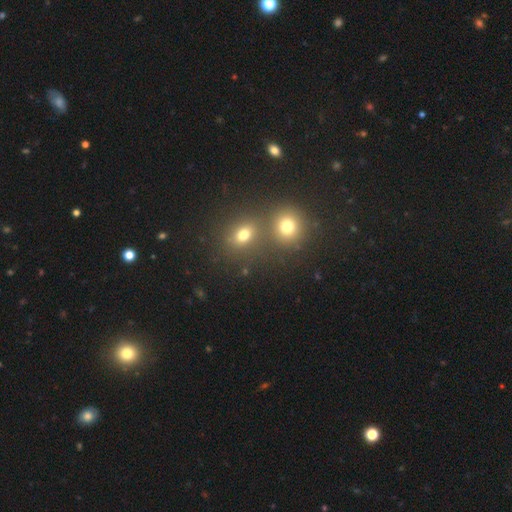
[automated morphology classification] smooth 54%, star or artifact 36%, featured or disk 10%. Down the decision tree: how rounded — round (85%); merging — none (54%).